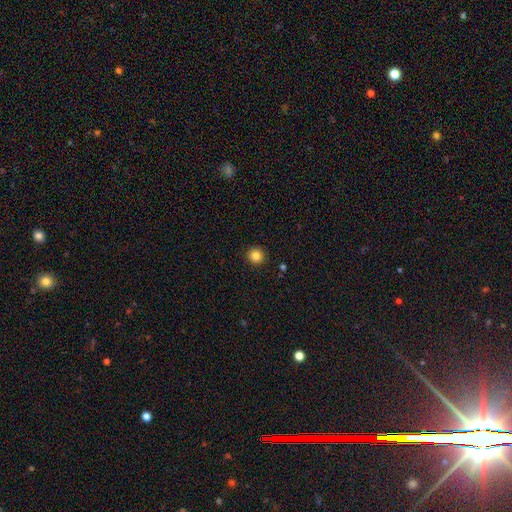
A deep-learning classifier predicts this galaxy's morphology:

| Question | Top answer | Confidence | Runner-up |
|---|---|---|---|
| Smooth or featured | smooth | 83% | star or artifact (12%) |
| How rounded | round | 94% | in between (5%) |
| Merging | none | 92% | minor disturbance (5%) |